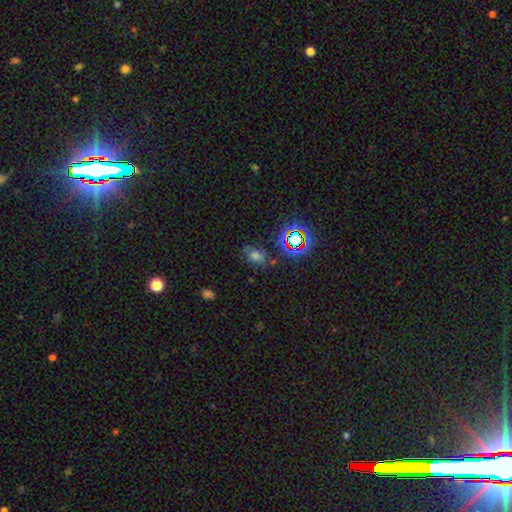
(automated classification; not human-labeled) Smooth or featured: smooth — 49% (star or artifact — 35%)
Merging: none — 68% (minor disturbance — 19%)